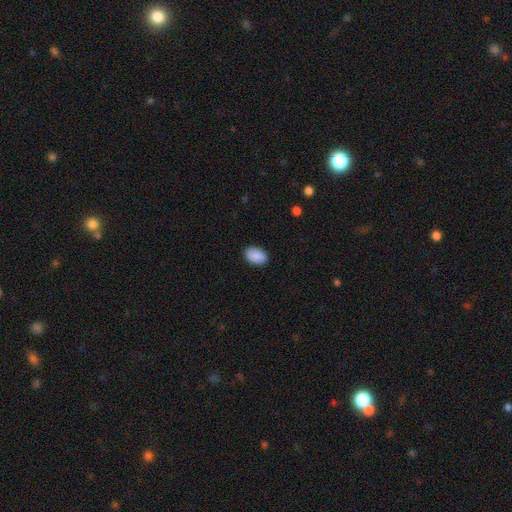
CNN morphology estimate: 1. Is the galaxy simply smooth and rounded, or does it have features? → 91% smooth, 6% star or artifact, 3% featured or disk.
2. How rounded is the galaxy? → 89% in between, 10% round, 1% cigar-shaped.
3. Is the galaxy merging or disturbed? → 89% none, 8% minor disturbance, 2% major disturbance, 1% merger.